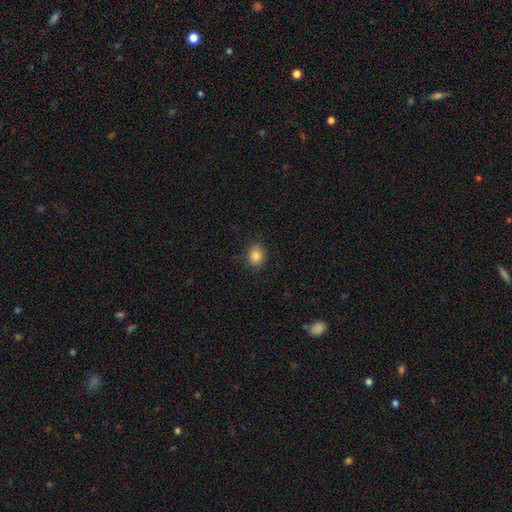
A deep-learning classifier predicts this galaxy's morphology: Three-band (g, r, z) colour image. It shows a smooth galaxy with no disk features (86%) that is round (65%). Merging: none (86%).